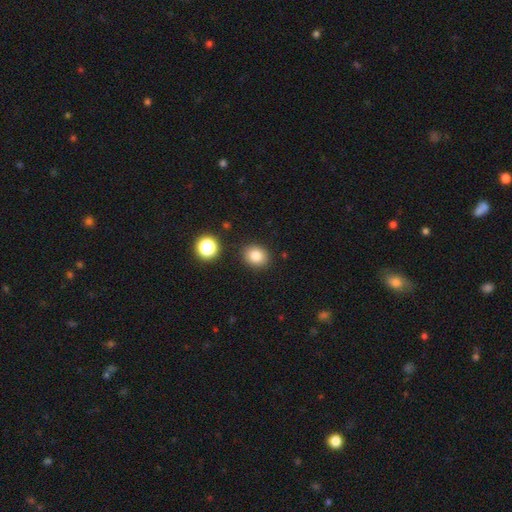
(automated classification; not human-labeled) This is clearly a smooth galaxy (82%). How rounded: likely round (66%). Merging: clearly none (88%).